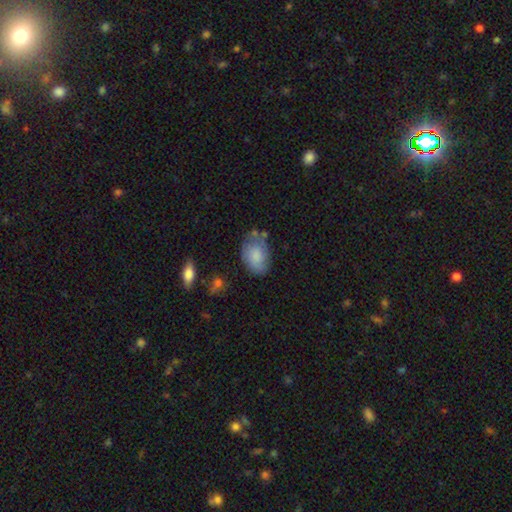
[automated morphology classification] Smooth or featured: smooth — 77% (featured or disk — 16%)
How rounded: in between — 84% (round — 14%)
Merging: none — 58% (minor disturbance — 27%)